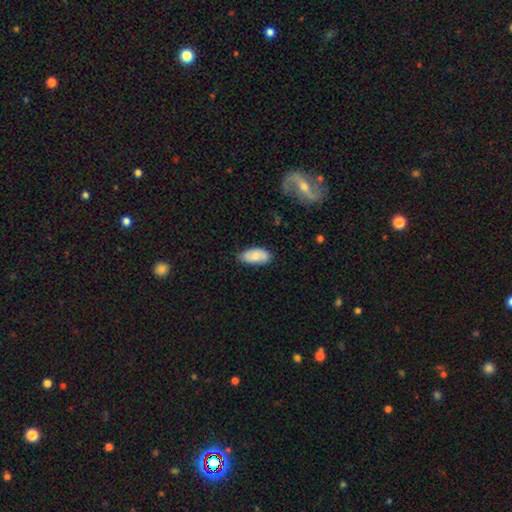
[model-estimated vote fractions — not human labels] Q: Smooth or featured?
A: smooth (71%); runner-up: featured or disk (23%)
Q: How rounded?
A: in between (92%); runner-up: cigar-shaped (5%)
Q: Merging?
A: none (74%); runner-up: minor disturbance (21%)